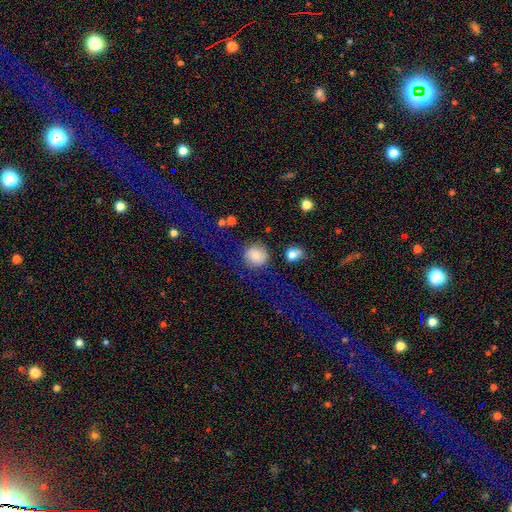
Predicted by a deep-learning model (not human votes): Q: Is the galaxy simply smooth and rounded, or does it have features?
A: smooth — 78%.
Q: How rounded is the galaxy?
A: round — 90%.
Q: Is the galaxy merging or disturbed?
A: none — 80%.